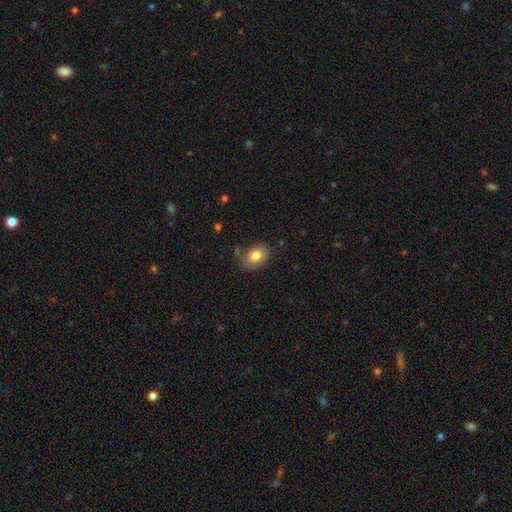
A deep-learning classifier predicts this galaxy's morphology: This appears to be a smooth galaxy with no disk features (80%) that is in between round and cigar-shaped (65%). Merging: none (72%).